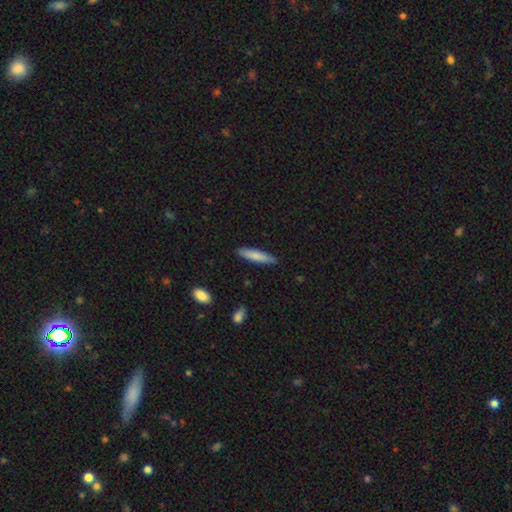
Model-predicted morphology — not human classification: Smooth or featured? smooth (78%)
How rounded? cigar-shaped (84%)
Merging? none (87%)